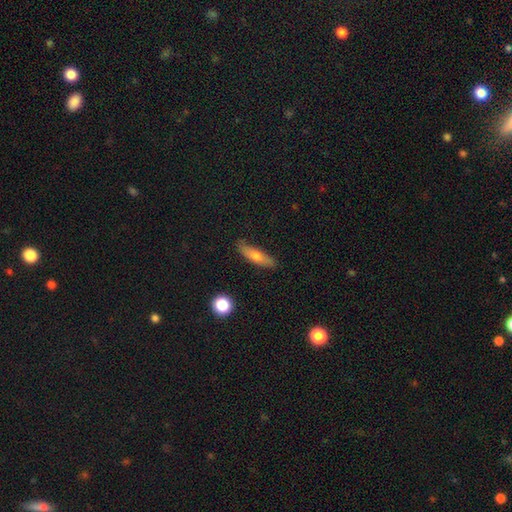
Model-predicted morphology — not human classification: Q: Smooth or featured?
A: smooth (64%); runner-up: featured or disk (28%)
Q: How rounded?
A: cigar-shaped (63%); runner-up: in between (34%)
Q: Merging?
A: none (81%); runner-up: minor disturbance (15%)